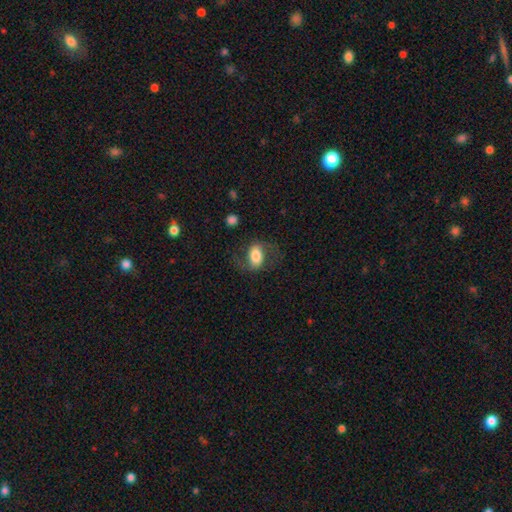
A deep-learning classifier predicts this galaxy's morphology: Smooth or featured? smooth (50%)
Merging? none (64%)